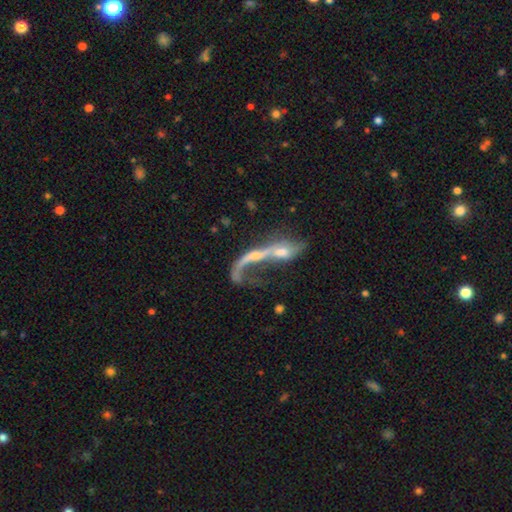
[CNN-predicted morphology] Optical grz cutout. It shows a featured or disk galaxy (67%) with no bar (64%), spiral arms (53%) and a small central bulge (40%). Merging: merger (48%).